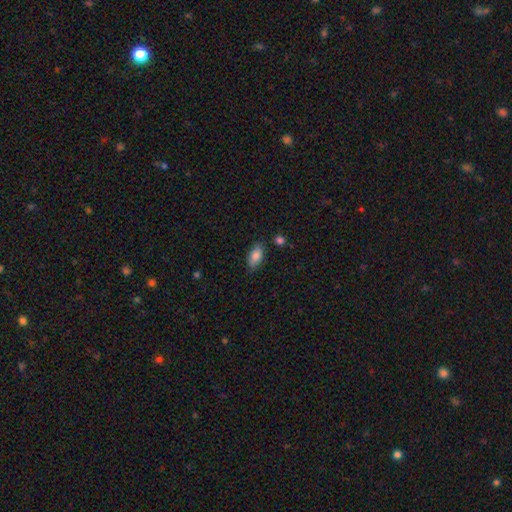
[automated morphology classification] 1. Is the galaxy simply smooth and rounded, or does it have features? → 84% smooth, 8% featured or disk, 7% star or artifact.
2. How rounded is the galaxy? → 87% in between, 9% cigar-shaped, 3% round.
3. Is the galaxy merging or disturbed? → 81% none, 14% minor disturbance, 3% major disturbance, 3% merger.